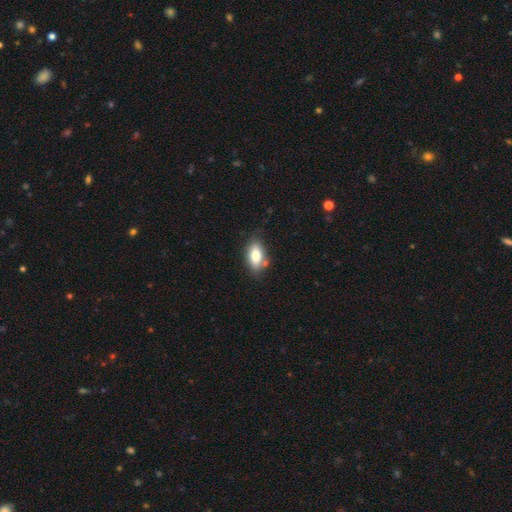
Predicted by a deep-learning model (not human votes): This appears to be a smooth galaxy with no disk features (78%) that is in between round and cigar-shaped (89%). Merging: none (70%).